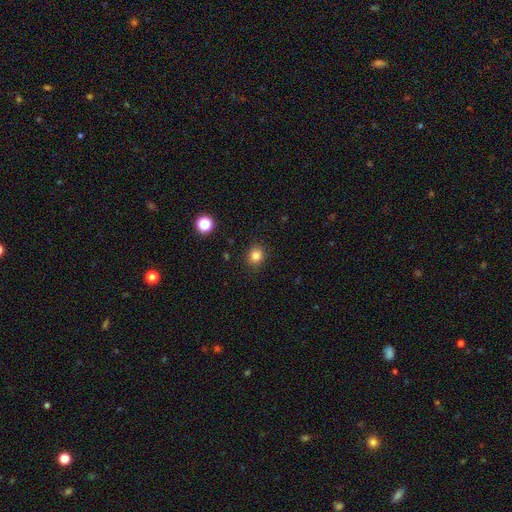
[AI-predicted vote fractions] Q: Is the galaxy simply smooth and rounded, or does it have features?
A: smooth — 83%.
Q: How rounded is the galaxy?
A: round — 77%.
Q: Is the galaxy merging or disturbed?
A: none — 89%.